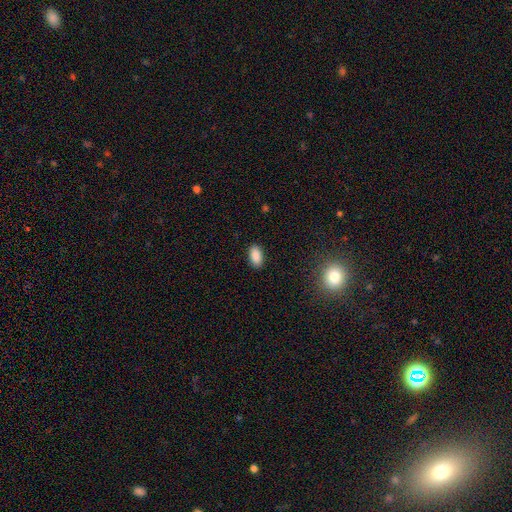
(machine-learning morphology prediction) This is clearly a smooth galaxy (89%). How rounded: clearly in between (93%). Merging: clearly none (88%).